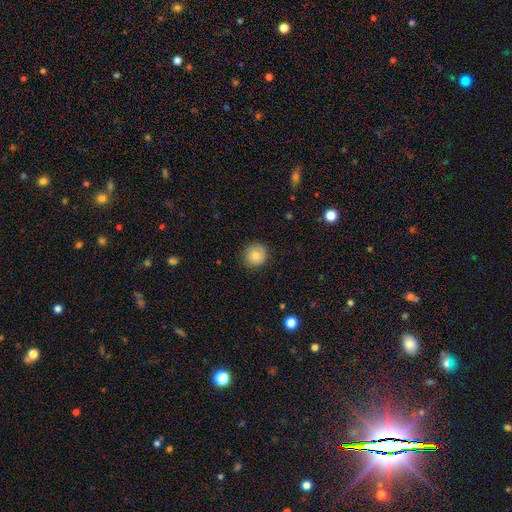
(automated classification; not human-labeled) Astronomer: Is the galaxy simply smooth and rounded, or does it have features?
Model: smooth — 80%.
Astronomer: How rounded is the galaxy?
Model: round — 92%.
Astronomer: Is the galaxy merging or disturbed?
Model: none — 87%.